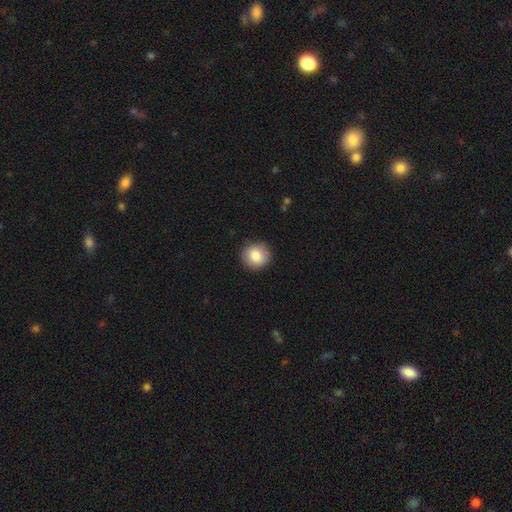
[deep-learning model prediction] smooth_or_featured: smooth (p=0.86) [alt: star or artifact p=0.08]
how_rounded: round (p=0.89) [alt: in between p=0.10]
merging: none (p=0.88) [alt: minor disturbance p=0.09]